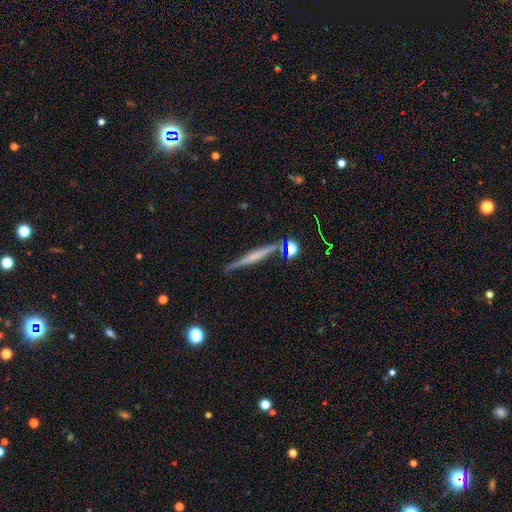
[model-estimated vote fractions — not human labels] A featured or disk galaxy (61%) viewed edge-on (97%) with no central bulge (56%).

Vote fractions:
- Smooth or featured? featured or disk: 61% / smooth: 32% / star or artifact: 8%
- Edge-on disk? yes: 97% / no: 3%
- Edge-on bulge? none: 56% / rounded: 27% / boxy: 17%
- Merging? none: 84% / minor disturbance: 10% / merger: 4% / major disturbance: 2%